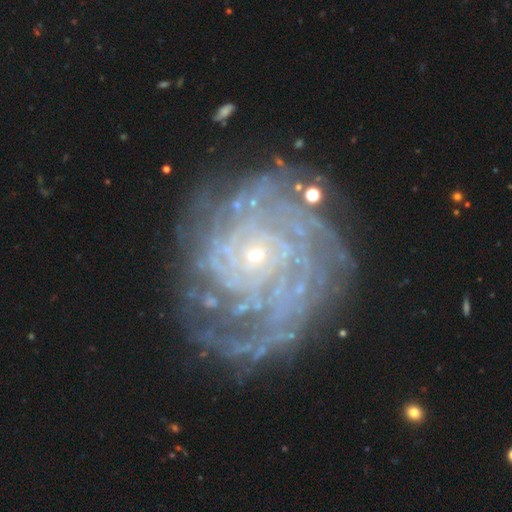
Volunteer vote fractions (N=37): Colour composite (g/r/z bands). It shows a featured or disk galaxy (92%) with no bar (56%), more than 4 (52%) tight (73%) spiral arms (97%) and a small central bulge (79%). Merging: none (81%).